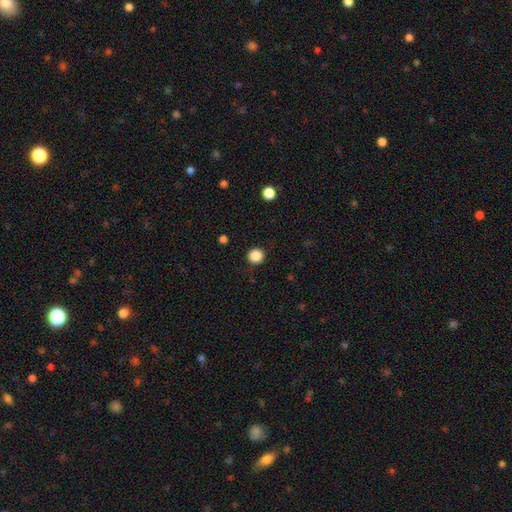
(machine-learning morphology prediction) Smooth or featured? Predicted: smooth (p=0.87). How rounded? Predicted: round (p=0.94). Merging? Predicted: none (p=0.91).